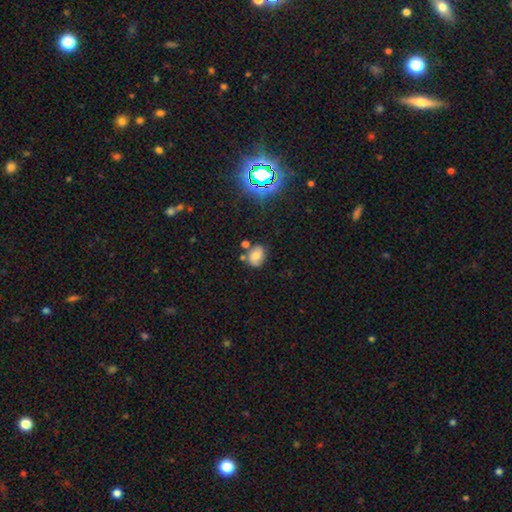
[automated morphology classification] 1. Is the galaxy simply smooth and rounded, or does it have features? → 57% smooth, 28% featured or disk, 15% star or artifact.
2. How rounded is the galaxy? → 60% in between, 39% round, 1% cigar-shaped.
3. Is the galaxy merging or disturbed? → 60% none, 22% minor disturbance, 12% merger, 6% major disturbance.